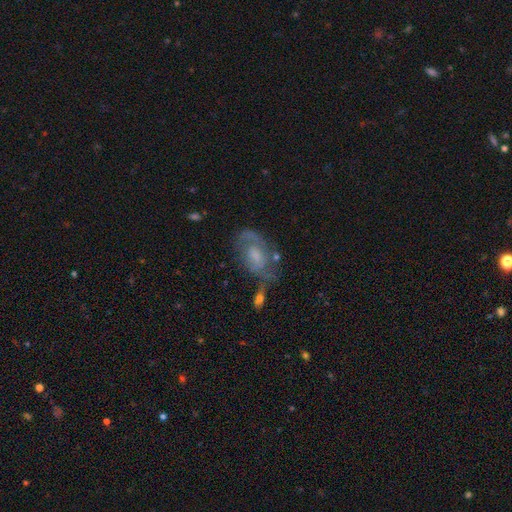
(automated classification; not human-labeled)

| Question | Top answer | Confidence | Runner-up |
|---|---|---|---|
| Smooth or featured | featured or disk | 66% | smooth (25%) |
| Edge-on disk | no | 96% | yes (4%) |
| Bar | no | 55% | weak (38%) |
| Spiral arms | yes | 76% | no (24%) |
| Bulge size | moderate | 36% | small (33%) |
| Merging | none | 50% | minor disturbance (23%) |